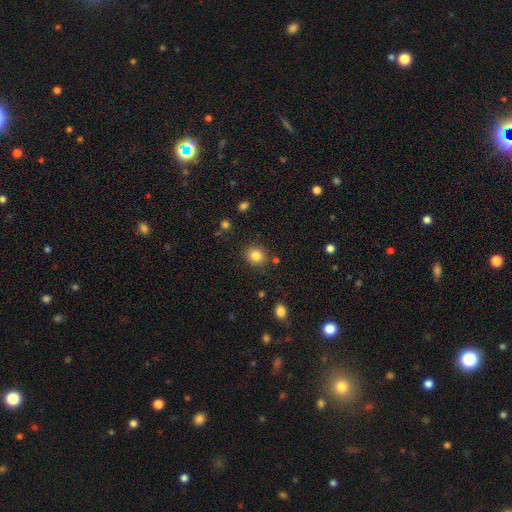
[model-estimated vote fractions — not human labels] Q: Smooth or featured?
A: smooth (83%); runner-up: star or artifact (11%)
Q: How rounded?
A: round (78%); runner-up: in between (21%)
Q: Merging?
A: none (85%); runner-up: minor disturbance (9%)